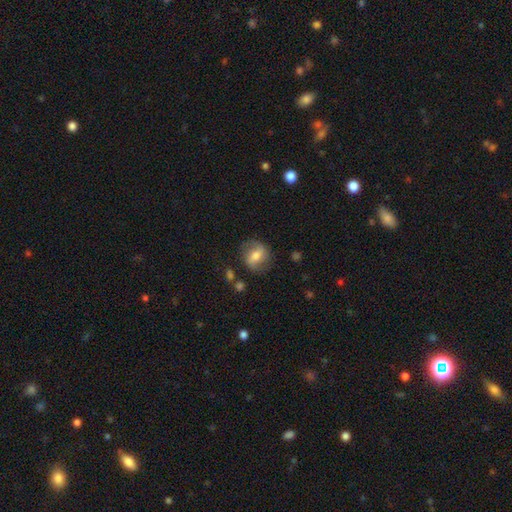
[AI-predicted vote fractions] Q: Smooth or featured?
A: smooth (49%); runner-up: featured or disk (43%)
Q: Merging?
A: none (75%); runner-up: minor disturbance (16%)